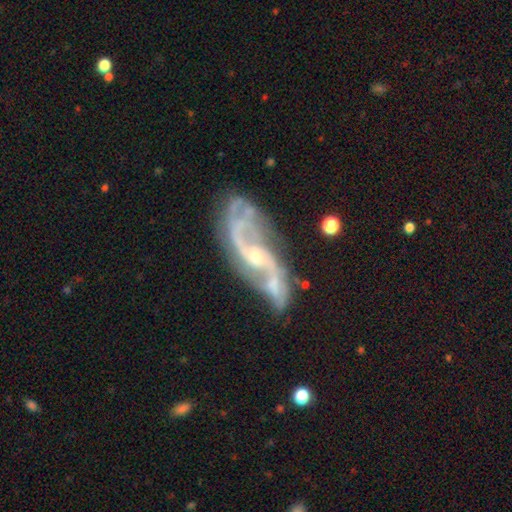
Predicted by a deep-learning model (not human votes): This appears to be a featured or disk galaxy (86%) with no bar (46%), 2 (64%) medium (41%, tied with loose) spiral arms (94%) and a small central bulge (58%). Merging: none (58%).